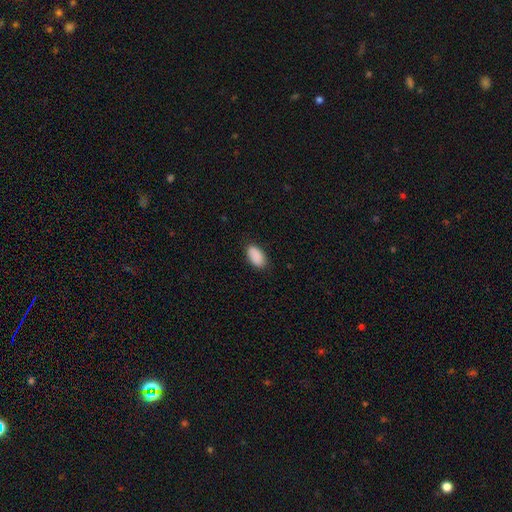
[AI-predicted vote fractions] smooth_or_featured: smooth (p=0.91) [alt: star or artifact p=0.06]
how_rounded: in between (p=0.95) [alt: round p=0.03]
merging: none (p=0.86) [alt: minor disturbance p=0.11]